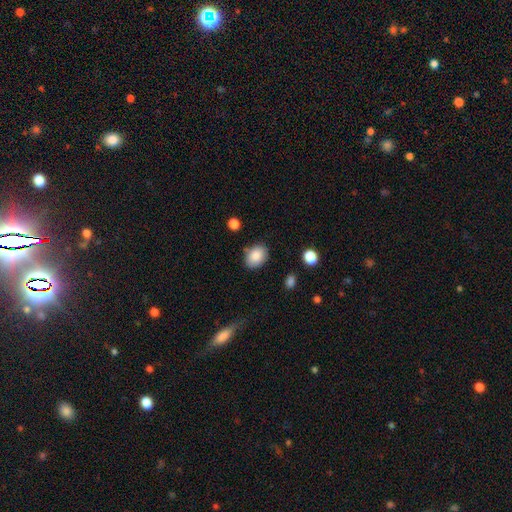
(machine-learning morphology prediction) This is clearly a smooth galaxy (87%). How rounded: likely in between (74%). Merging: clearly none (80%).